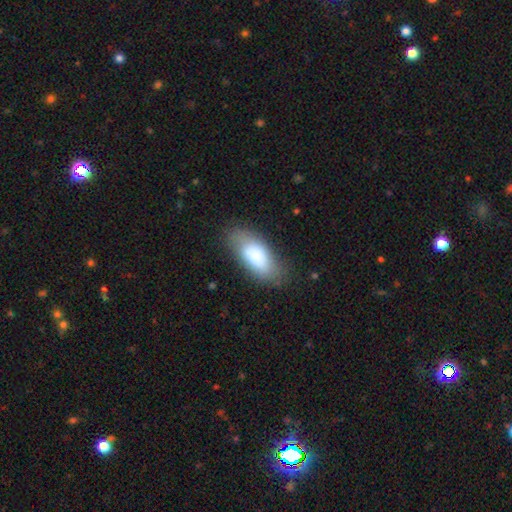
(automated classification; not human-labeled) Smooth or featured? Predicted: smooth (p=0.80). How rounded? Predicted: in between (p=0.88). Merging? Predicted: none (p=0.73).